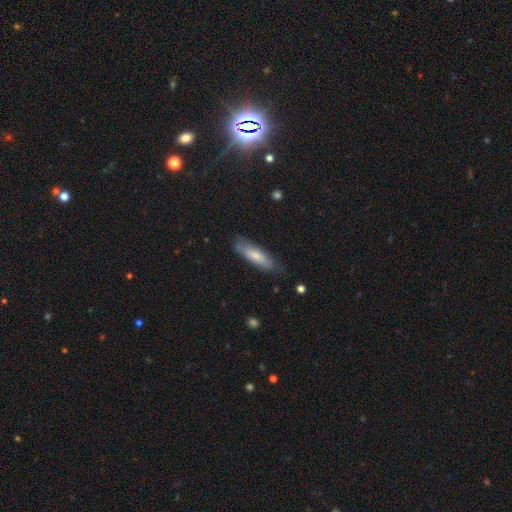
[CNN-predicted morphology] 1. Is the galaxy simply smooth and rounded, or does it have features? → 73% smooth, 22% featured or disk, 6% star or artifact.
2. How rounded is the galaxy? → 56% cigar-shaped, 43% in between, 1% round.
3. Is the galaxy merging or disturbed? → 75% none, 20% minor disturbance, 4% major disturbance, 1% merger.